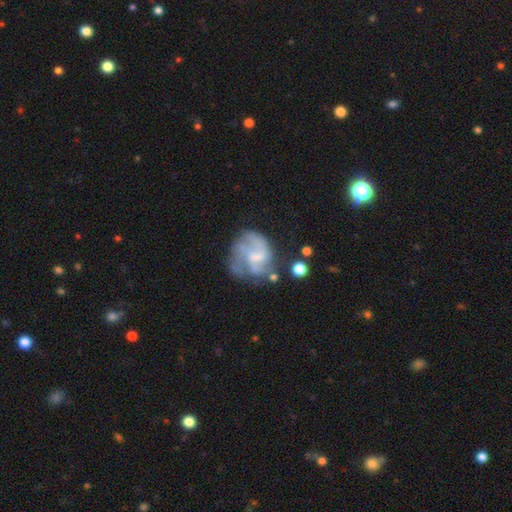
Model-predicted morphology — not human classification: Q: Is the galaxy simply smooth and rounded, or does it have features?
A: featured or disk — 66%.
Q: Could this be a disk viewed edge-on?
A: no — 98%.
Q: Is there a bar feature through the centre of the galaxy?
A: no — 47%.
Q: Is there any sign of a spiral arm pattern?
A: yes — 67%.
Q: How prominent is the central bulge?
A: small — 36%.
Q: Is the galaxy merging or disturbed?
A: none — 44%.